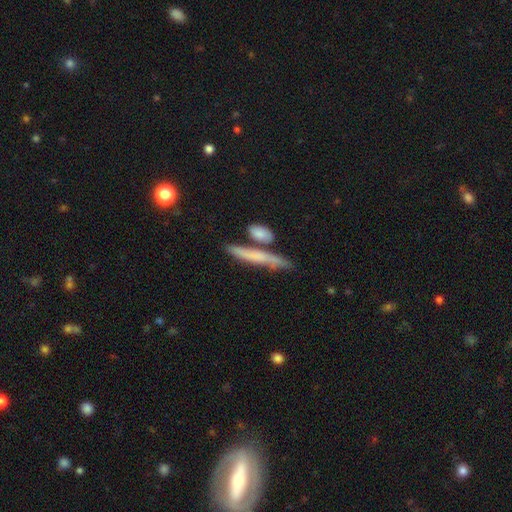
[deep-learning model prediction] Smooth or featured? smooth (56%)
How rounded? cigar-shaped (86%)
Merging? none (61%)